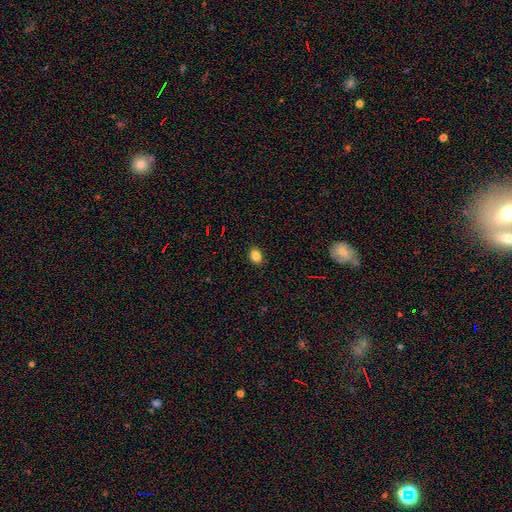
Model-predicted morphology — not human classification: Smooth or featured? Predicted: smooth (p=0.84). How rounded? Predicted: in between (p=0.60). Merging? Predicted: none (p=0.90).